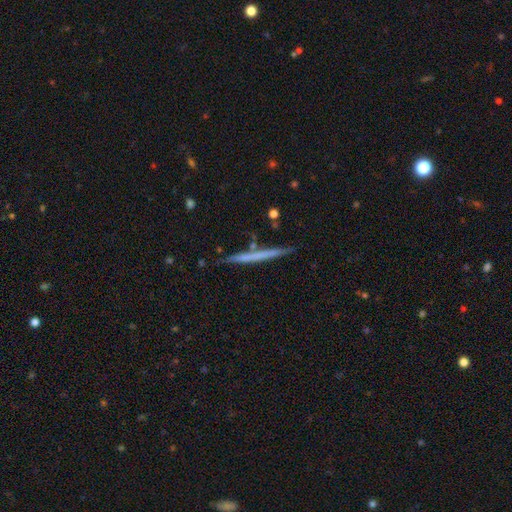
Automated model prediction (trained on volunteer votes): A featured or disk galaxy (48%).

Vote fractions:
- Smooth or featured? featured or disk: 48% / smooth: 46% / star or artifact: 6%
- Merging? none: 86% / minor disturbance: 9% / merger: 3% / major disturbance: 2%